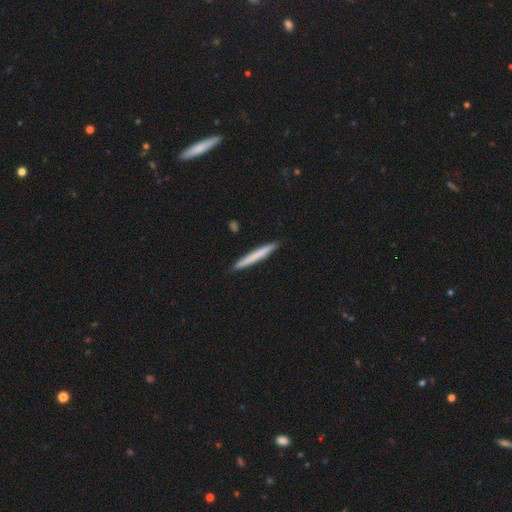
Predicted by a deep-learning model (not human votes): This appears to be a smooth galaxy with no disk features (68%) that is cigar-shaped (97%). Merging: none (91%).